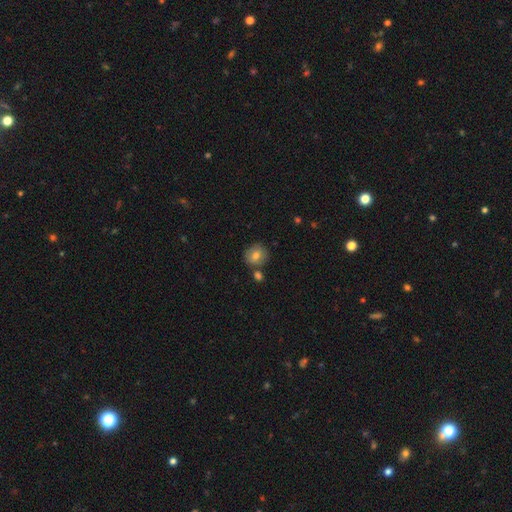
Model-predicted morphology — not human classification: smooth_or_featured: smooth (p=0.77) [alt: featured or disk p=0.14]
how_rounded: round (p=0.82) [alt: in between p=0.17]
merging: none (p=0.74) [alt: merger p=0.12]